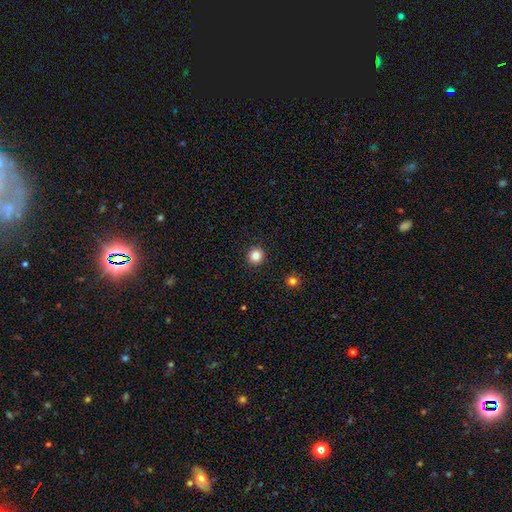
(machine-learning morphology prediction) Overall: smooth (84%). How rounded: round (95%). Merging: none (93%).